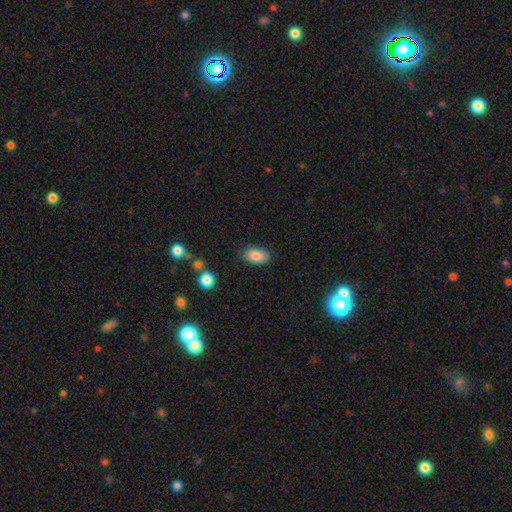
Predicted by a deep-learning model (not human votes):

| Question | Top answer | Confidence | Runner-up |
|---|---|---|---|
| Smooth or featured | smooth | 85% | star or artifact (8%) |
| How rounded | in between | 92% | round (6%) |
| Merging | none | 83% | minor disturbance (13%) |